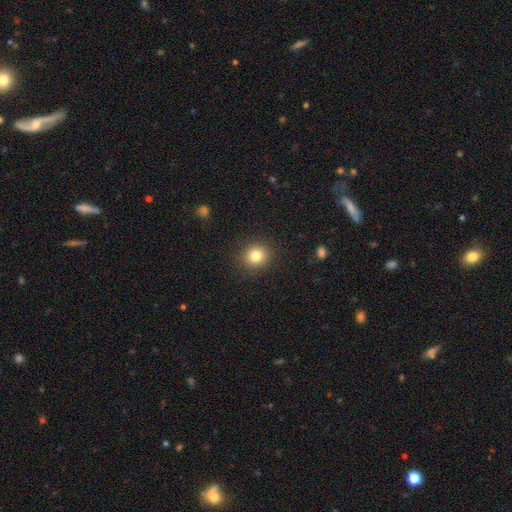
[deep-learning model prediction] The model was most divided on "smooth or featured": smooth: 82%, star or artifact: 11%, featured or disk: 7%. More confident: merging — none (90%); how rounded — round (86%).